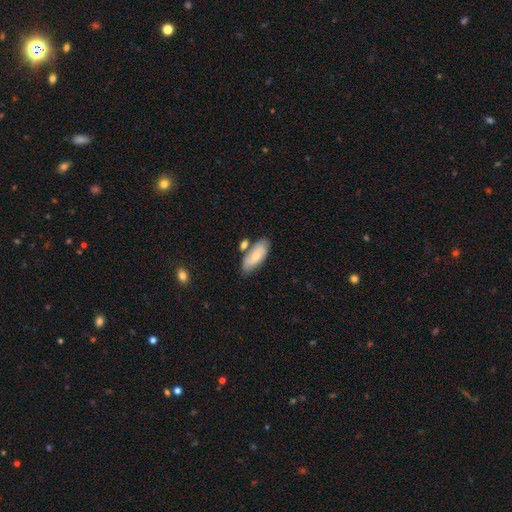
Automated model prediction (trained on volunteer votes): smooth-or-featured: smooth: 71% | featured or disk: 23% | star or artifact: 6%
  how-rounded: in between: 85% | cigar-shaped: 13% | round: 2%
  merging: none: 60% | minor disturbance: 20% | merger: 16% | major disturbance: 4%